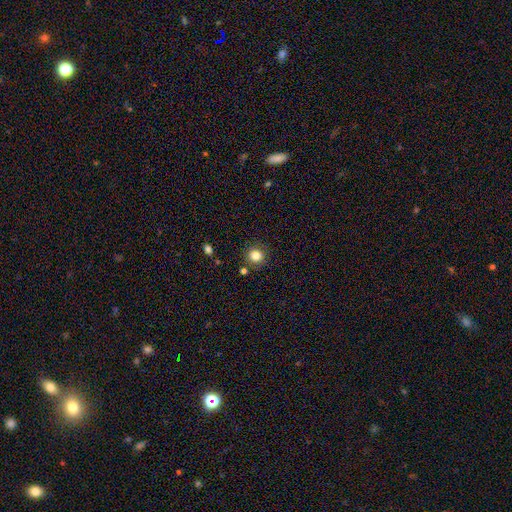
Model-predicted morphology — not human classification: Smooth or featured?
  - smooth: 83% *
  - star or artifact: 11%
  - featured or disk: 5%
How rounded?
  - round: 88% *
  - in between: 11%
  - cigar-shaped: 1%
Merging?
  - none: 85% *
  - minor disturbance: 8%
  - merger: 4%
  - major disturbance: 2%